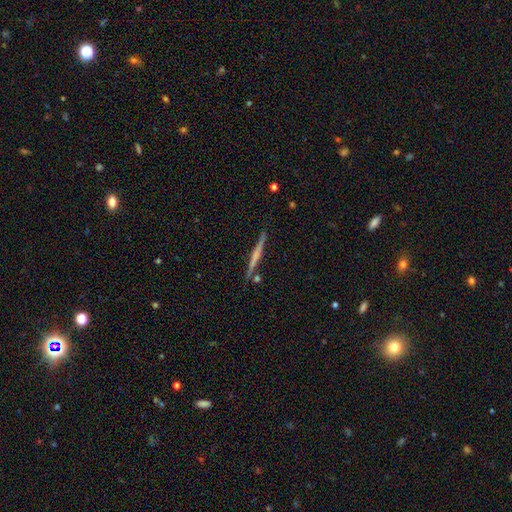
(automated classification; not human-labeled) Smooth or featured?
  - featured or disk: 58% *
  - smooth: 36%
  - star or artifact: 6%
Edge-on disk?
  - yes: 98% *
  - no: 2%
Edge-on bulge?
  - none: 60% *
  - rounded: 27%
  - boxy: 13%
Merging?
  - none: 86% *
  - minor disturbance: 9%
  - merger: 3%
  - major disturbance: 2%